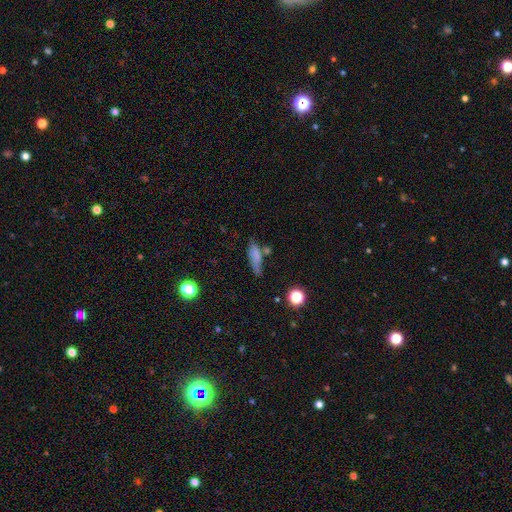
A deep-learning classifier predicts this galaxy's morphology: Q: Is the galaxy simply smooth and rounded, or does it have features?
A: smooth — 71%.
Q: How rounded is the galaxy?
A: cigar-shaped — 58%.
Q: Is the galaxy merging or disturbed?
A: none — 55%.